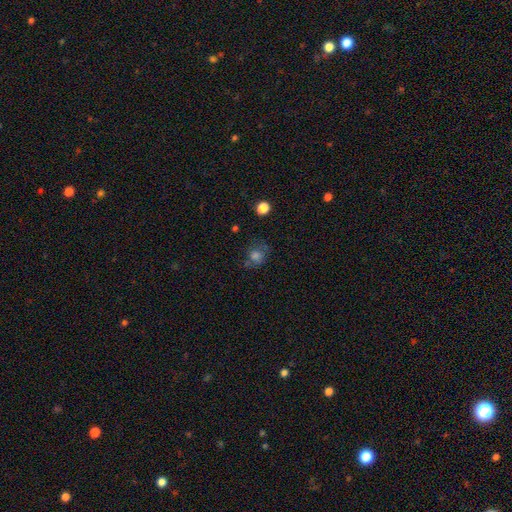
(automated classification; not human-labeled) Smooth or featured?
  - smooth: 69% *
  - star or artifact: 16%
  - featured or disk: 14%
How rounded?
  - round: 75% *
  - in between: 24%
  - cigar-shaped: 1%
Merging?
  - none: 58% *
  - minor disturbance: 22%
  - major disturbance: 14%
  - merger: 7%